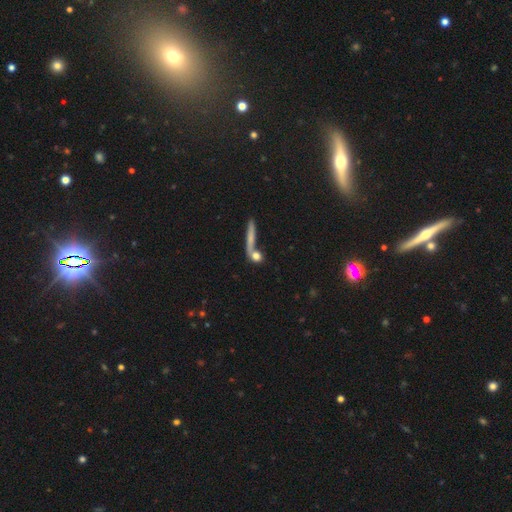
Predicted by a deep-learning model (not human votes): The model was most divided on "how rounded": round: 53%, cigar-shaped: 28%, in between: 19%. More confident: smooth or featured — smooth (71%); merging — none (54%).